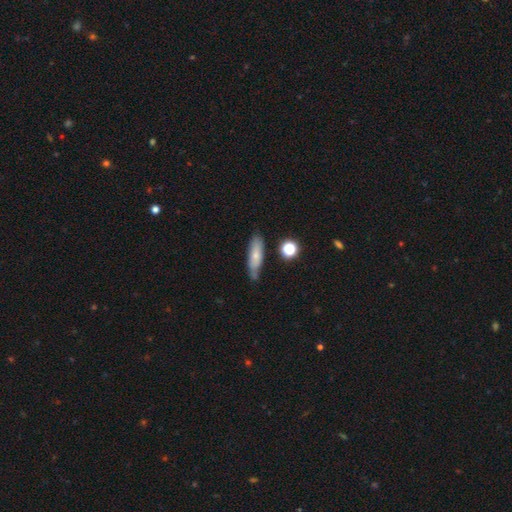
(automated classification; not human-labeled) This is likely a smooth galaxy (66%). How rounded: possibly cigar-shaped (53%). Merging: likely none (66%).